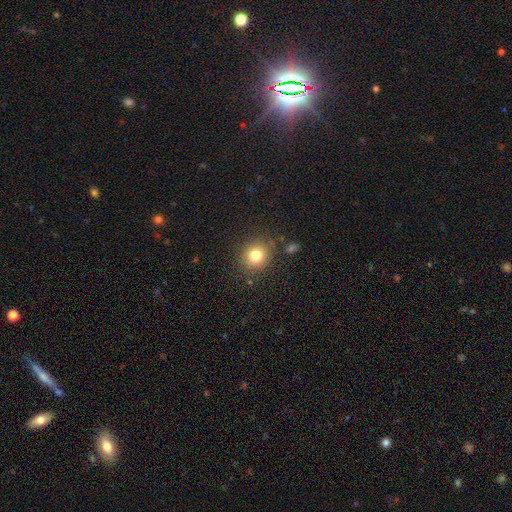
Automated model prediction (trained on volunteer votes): Smooth or featured? smooth (81%)
How rounded? round (84%)
Merging? none (85%)